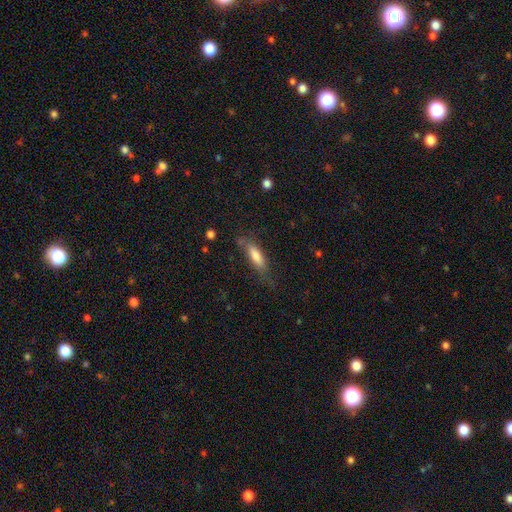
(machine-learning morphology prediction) This appears to be a smooth galaxy with no disk features (73%) that is cigar-shaped (53%). Merging: none (64%).